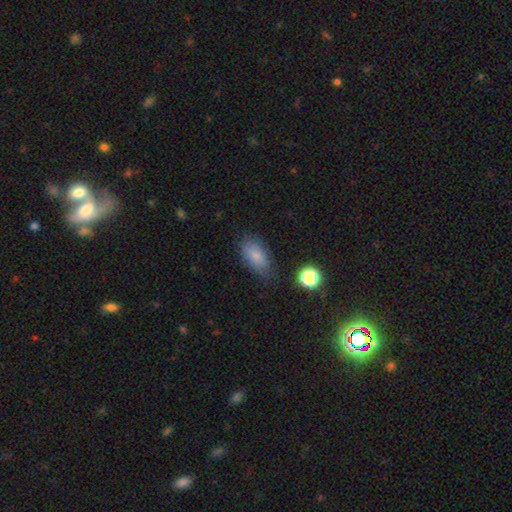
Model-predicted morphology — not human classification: smooth_or_featured: smooth (p=0.82) [alt: star or artifact p=0.09]
how_rounded: in between (p=0.89) [alt: round p=0.06]
merging: none (p=0.68) [alt: minor disturbance p=0.23]